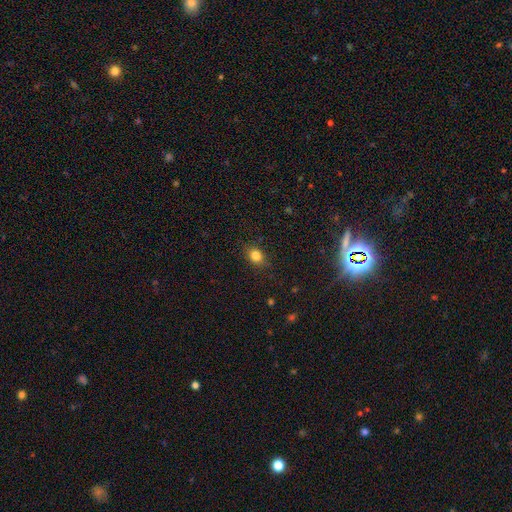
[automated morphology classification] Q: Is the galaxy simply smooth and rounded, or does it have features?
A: smooth — 82%.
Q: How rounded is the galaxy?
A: in between — 60%.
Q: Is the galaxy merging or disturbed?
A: none — 83%.